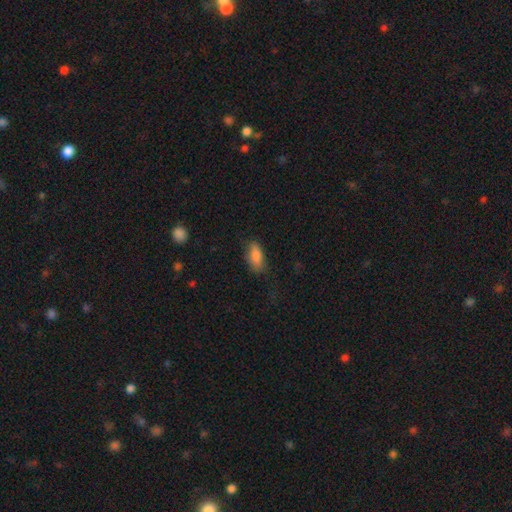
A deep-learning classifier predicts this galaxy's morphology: Smooth or featured?
  - smooth: 84% *
  - featured or disk: 9%
  - star or artifact: 7%
How rounded?
  - in between: 87% *
  - cigar-shaped: 10%
  - round: 3%
Merging?
  - none: 70% *
  - minor disturbance: 22%
  - major disturbance: 7%
  - merger: 1%